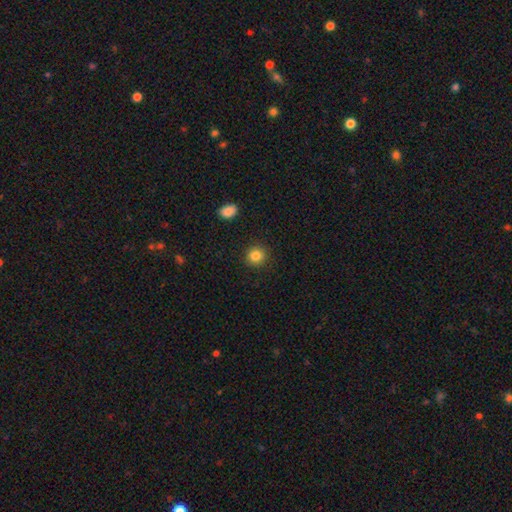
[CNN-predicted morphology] A smooth galaxy with no disk features (85%) that is round (87%).

Vote fractions:
- Smooth or featured? smooth: 85% / star or artifact: 10% / featured or disk: 5%
- How rounded? round: 87% / in between: 12% / cigar-shaped: 1%
- Merging? none: 91% / minor disturbance: 6% / major disturbance: 2% / merger: 1%